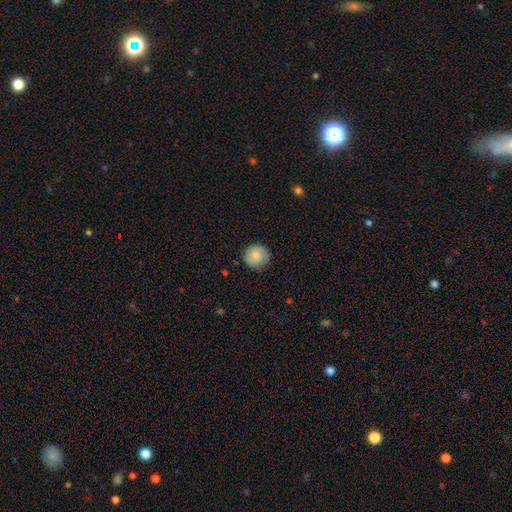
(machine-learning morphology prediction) Smooth or featured?
  - smooth: 80% *
  - featured or disk: 13%
  - star or artifact: 7%
How rounded?
  - round: 93% *
  - in between: 6%
  - cigar-shaped: 1%
Merging?
  - none: 84% *
  - minor disturbance: 12%
  - major disturbance: 2%
  - merger: 1%